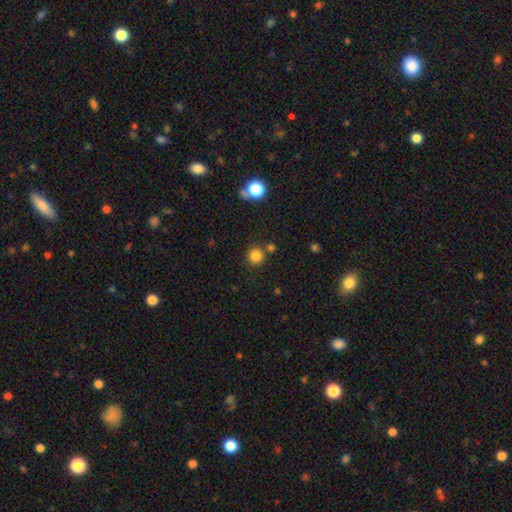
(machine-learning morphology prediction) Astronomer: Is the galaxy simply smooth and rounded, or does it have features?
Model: smooth — 83%.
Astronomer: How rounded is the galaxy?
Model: round — 93%.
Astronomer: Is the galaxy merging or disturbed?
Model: none — 81%.